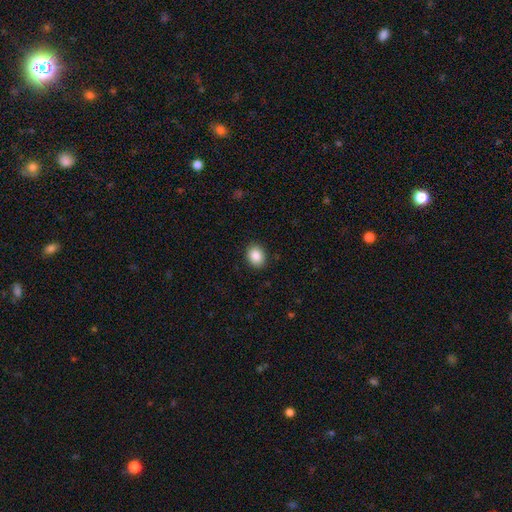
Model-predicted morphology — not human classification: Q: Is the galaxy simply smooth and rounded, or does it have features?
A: smooth — 88%.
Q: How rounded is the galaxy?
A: in between — 50%, tied with round.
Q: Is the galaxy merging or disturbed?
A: none — 90%.